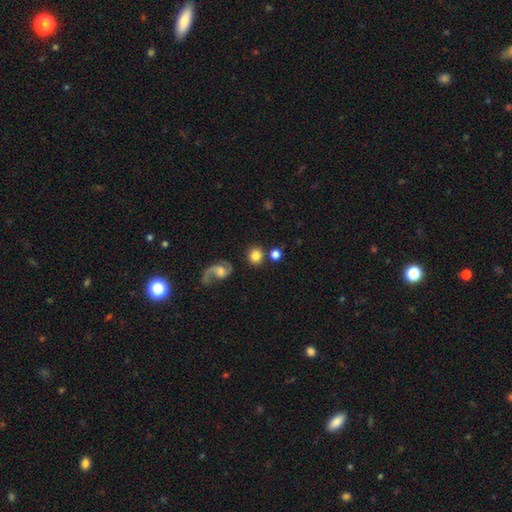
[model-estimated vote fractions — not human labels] Smooth or featured?
  - smooth: 78% *
  - featured or disk: 14%
  - star or artifact: 8%
How rounded?
  - round: 90% *
  - in between: 9%
  - cigar-shaped: 1%
Merging?
  - none: 78% *
  - merger: 10%
  - minor disturbance: 8%
  - major disturbance: 4%